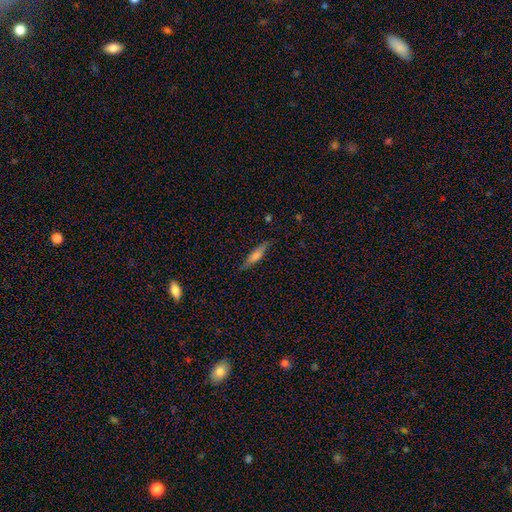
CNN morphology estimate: Q: Smooth or featured?
A: smooth (56%); runner-up: featured or disk (36%)
Q: How rounded?
A: cigar-shaped (79%); runner-up: in between (19%)
Q: Merging?
A: none (82%); runner-up: minor disturbance (14%)